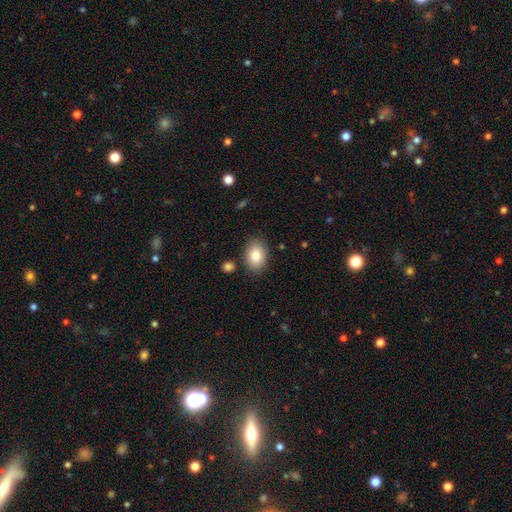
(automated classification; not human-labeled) This is clearly a smooth galaxy (83%). How rounded: clearly in between (83%). Merging: clearly none (84%).